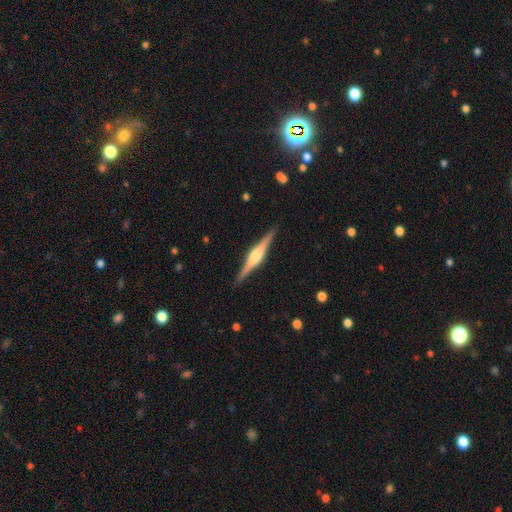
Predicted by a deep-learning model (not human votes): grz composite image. It shows a featured or disk galaxy (78%) viewed edge-on (98%) with a rounded central bulge (77%). Merging: none (91%).